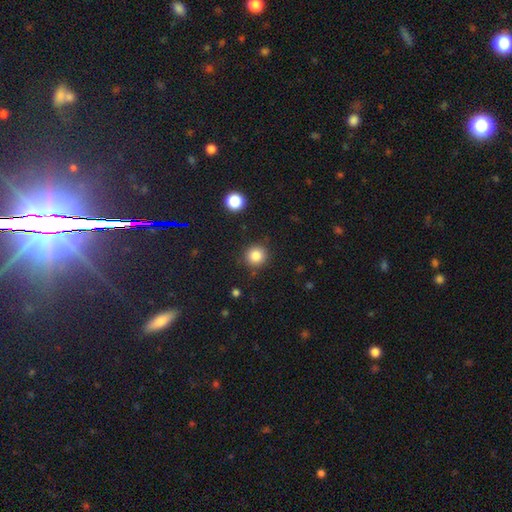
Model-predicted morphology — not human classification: Smooth or featured? Predicted: smooth (p=0.85). How rounded? Predicted: round (p=0.93). Merging? Predicted: none (p=0.88).